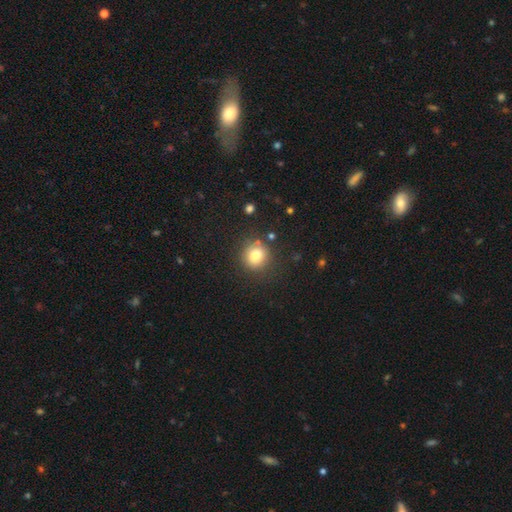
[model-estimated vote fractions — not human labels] A smooth galaxy with no disk features (79%) that is round (90%).

Vote fractions:
- Smooth or featured? smooth: 79% / star or artifact: 13% / featured or disk: 8%
- How rounded? round: 90% / in between: 9% / cigar-shaped: 1%
- Merging? none: 84% / minor disturbance: 9% / merger: 3% / major disturbance: 3%